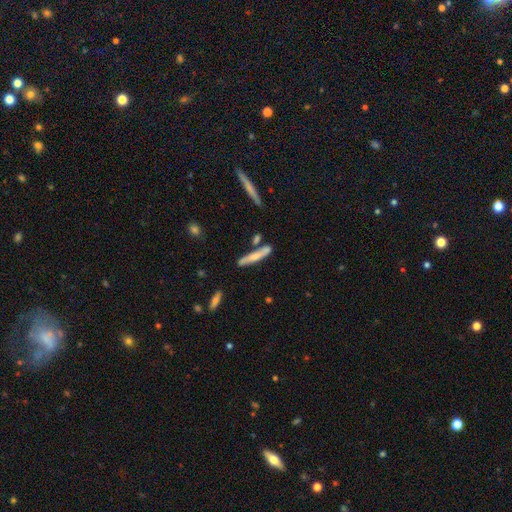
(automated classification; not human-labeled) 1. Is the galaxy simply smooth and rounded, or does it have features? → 58% smooth, 36% featured or disk, 6% star or artifact.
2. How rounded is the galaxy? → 91% cigar-shaped, 8% in between, 2% round.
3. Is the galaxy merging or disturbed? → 71% none, 15% minor disturbance, 11% merger, 3% major disturbance.